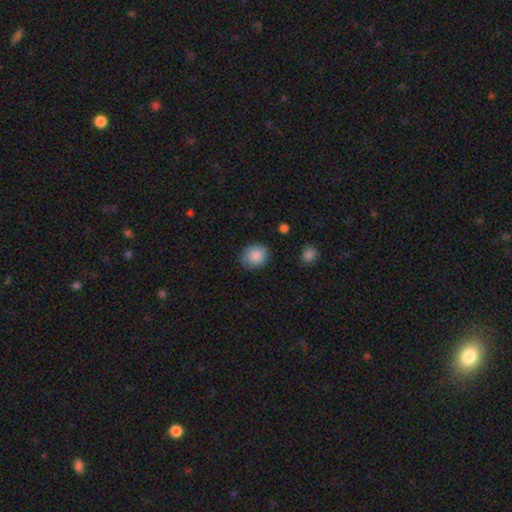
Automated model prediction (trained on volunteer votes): Q: Smooth or featured?
A: smooth (87%); runner-up: star or artifact (8%)
Q: How rounded?
A: round (70%); runner-up: in between (29%)
Q: Merging?
A: none (77%); runner-up: minor disturbance (17%)